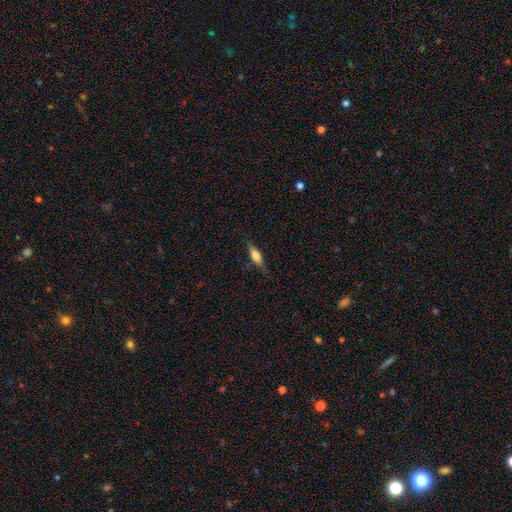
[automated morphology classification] This is possibly a smooth galaxy (58%). How rounded: possibly cigar-shaped (49%). Merging: likely none (77%).